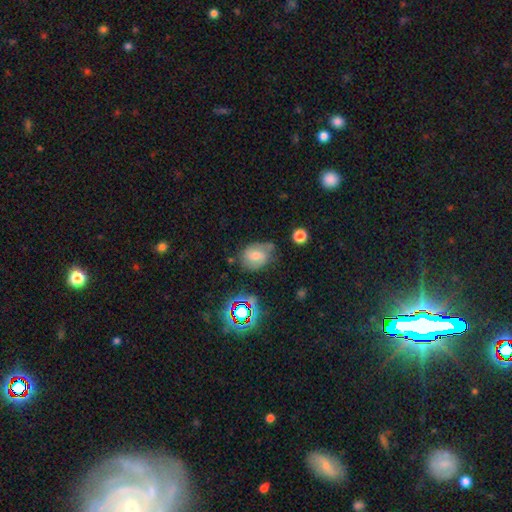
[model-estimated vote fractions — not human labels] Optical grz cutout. It shows a smooth galaxy with no disk features (53%) that is in between round and cigar-shaped (54%). Merging: none (53%).